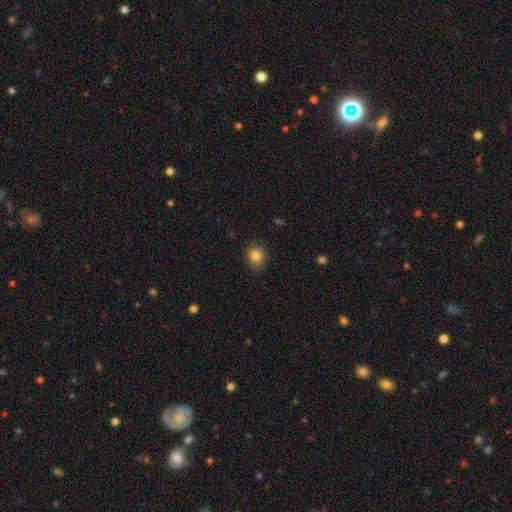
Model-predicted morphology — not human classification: Smooth or featured: smooth — 83% (star or artifact — 11%)
How rounded: round — 76% (in between — 23%)
Merging: none — 88% (minor disturbance — 9%)